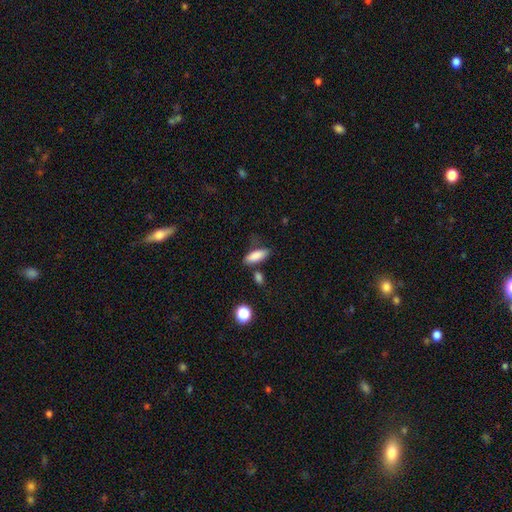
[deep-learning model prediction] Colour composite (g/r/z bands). It shows a smooth galaxy with no disk features (85%) that is in between round and cigar-shaped (69%). Merging: none (66%).